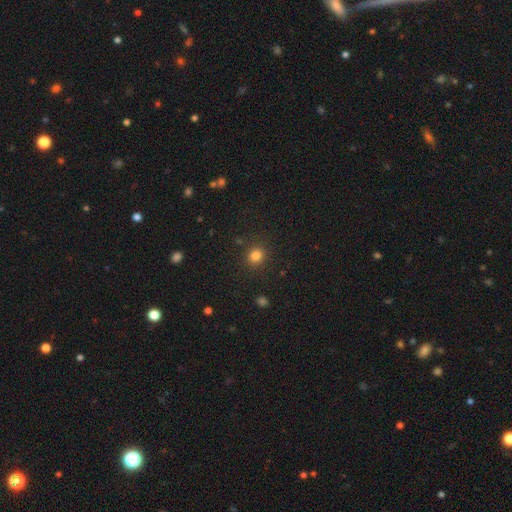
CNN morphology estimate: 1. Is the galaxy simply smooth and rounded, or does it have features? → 81% smooth, 14% star or artifact, 5% featured or disk.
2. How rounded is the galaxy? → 81% round, 18% in between, 1% cigar-shaped.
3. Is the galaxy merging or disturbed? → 87% none, 8% minor disturbance, 3% major disturbance, 2% merger.